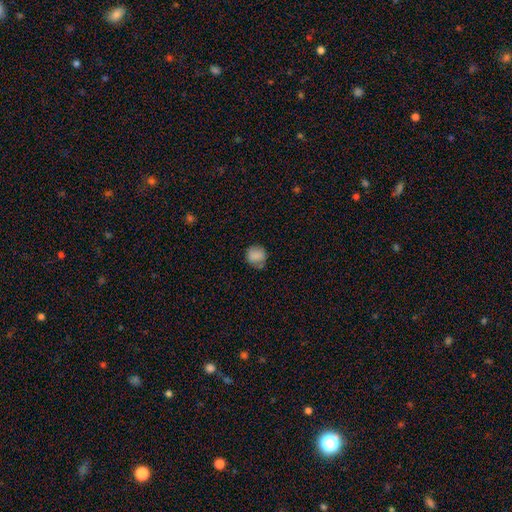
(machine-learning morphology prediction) Smooth or featured?
  - smooth: 84% *
  - star or artifact: 9%
  - featured or disk: 7%
How rounded?
  - round: 86% *
  - in between: 13%
  - cigar-shaped: 1%
Merging?
  - none: 68% *
  - minor disturbance: 21%
  - major disturbance: 6%
  - merger: 6%